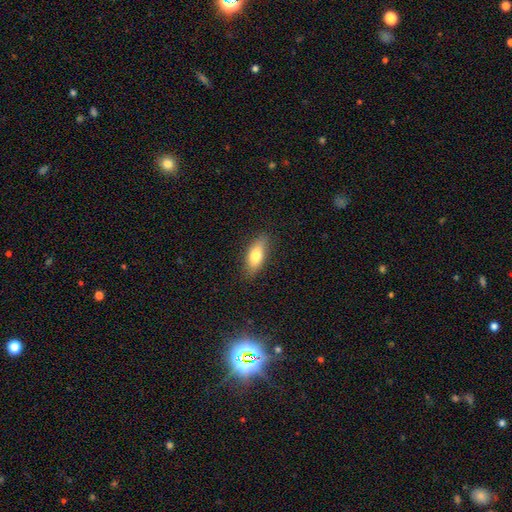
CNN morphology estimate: Smooth or featured? smooth (75%)
How rounded? in between (73%)
Merging? none (84%)